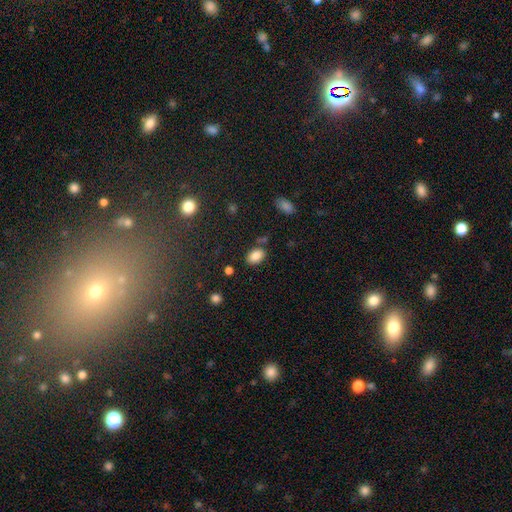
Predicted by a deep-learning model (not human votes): smooth 85%, star or artifact 9%, featured or disk 6%. Down the decision tree: how rounded — in between (86%); merging — none (78%).